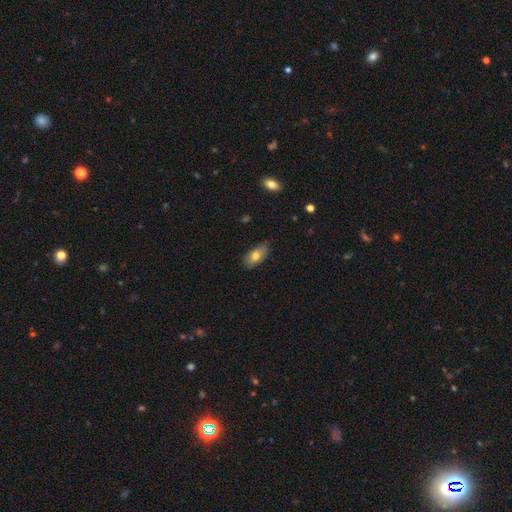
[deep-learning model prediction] smooth 73%, featured or disk 19%, star or artifact 7%. Down the decision tree: how rounded — in between (89%); merging — none (79%).